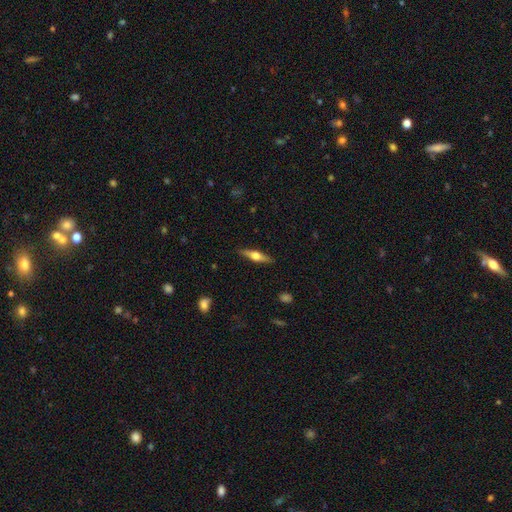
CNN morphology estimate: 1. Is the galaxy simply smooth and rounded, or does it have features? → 57% featured or disk, 37% smooth, 6% star or artifact.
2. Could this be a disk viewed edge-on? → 95% yes, 5% no.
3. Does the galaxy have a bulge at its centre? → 93% rounded, 5% boxy, 2% none.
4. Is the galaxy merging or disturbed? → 89% none, 8% minor disturbance, 2% major disturbance, 1% merger.